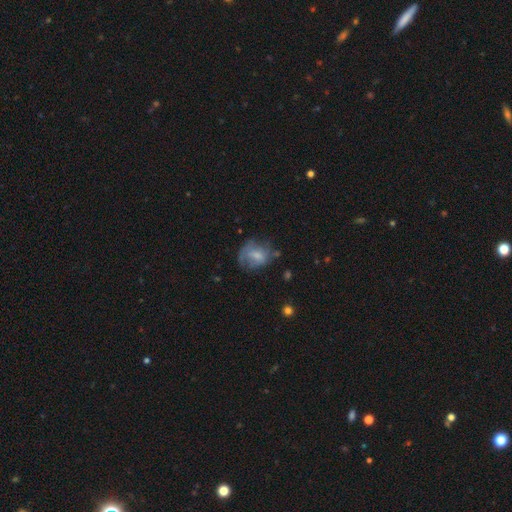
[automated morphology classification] Overall: smooth (54%; featured or disk 37%). How rounded: round (53%; in between 46%). Merging: none (46%; minor disturbance 28%).